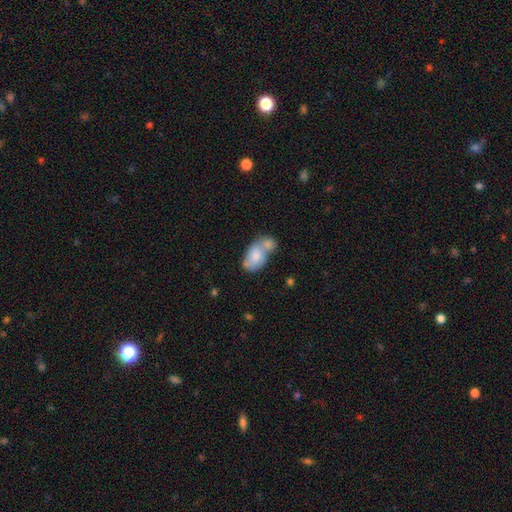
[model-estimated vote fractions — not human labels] This is likely a smooth galaxy (75%). How rounded: clearly in between (88%). Merging: likely merger (60%).